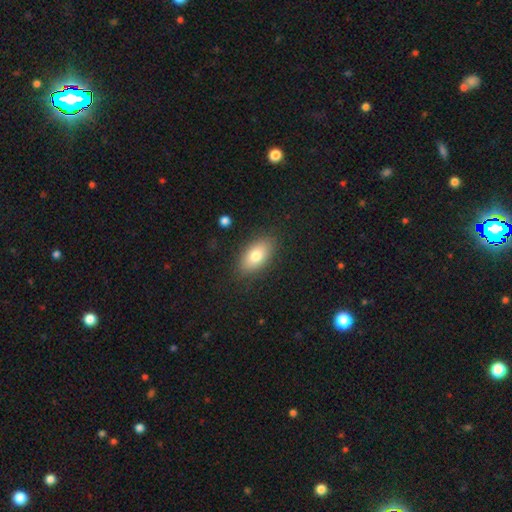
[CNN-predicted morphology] This appears to be a smooth galaxy with no disk features (77%) that is in between round and cigar-shaped (90%). Merging: none (85%).